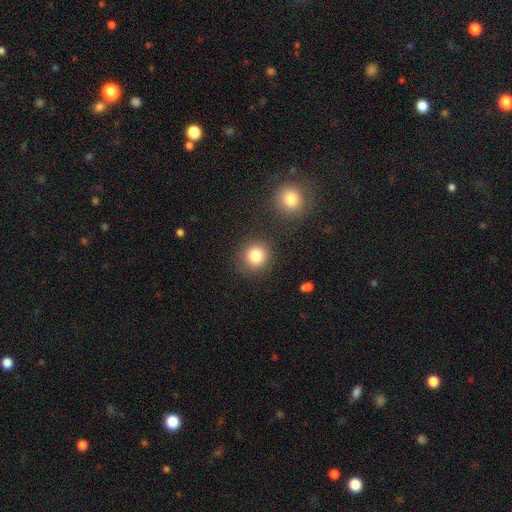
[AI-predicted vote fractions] Smooth or featured: smooth — 82% (star or artifact — 11%)
How rounded: round — 90% (in between — 9%)
Merging: none — 85% (minor disturbance — 8%)